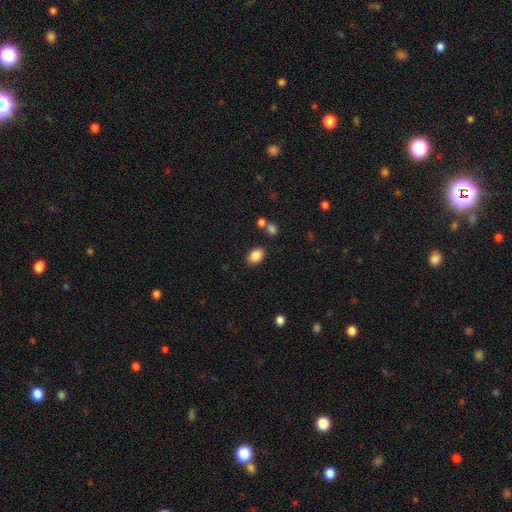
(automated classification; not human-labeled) smooth 86%, star or artifact 9%, featured or disk 5%. Down the decision tree: how rounded — in between (82%); merging — none (82%).